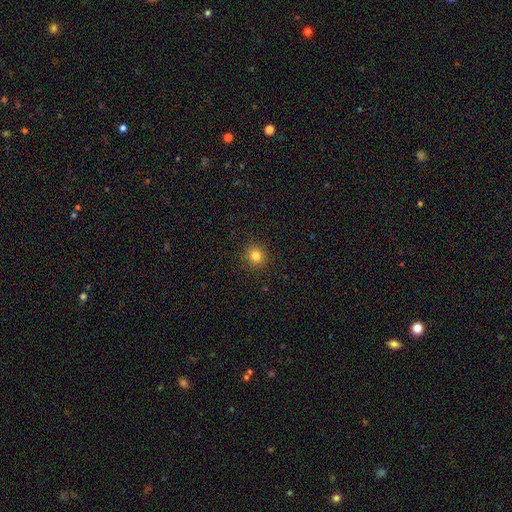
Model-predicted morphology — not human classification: Smooth or featured: smooth — 82% (star or artifact — 13%)
How rounded: round — 93% (in between — 6%)
Merging: none — 91% (minor disturbance — 6%)